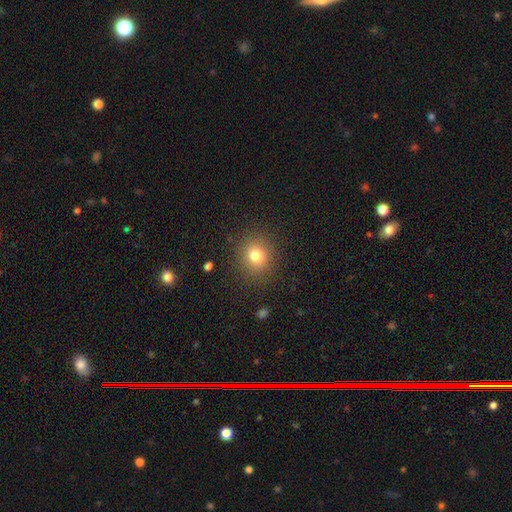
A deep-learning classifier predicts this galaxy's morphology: A smooth galaxy with no disk features (78%) that is round (87%).

Vote fractions:
- Smooth or featured? smooth: 78% / star or artifact: 14% / featured or disk: 8%
- How rounded? round: 87% / in between: 12% / cigar-shaped: 1%
- Merging? none: 89% / minor disturbance: 7% / major disturbance: 3% / merger: 1%